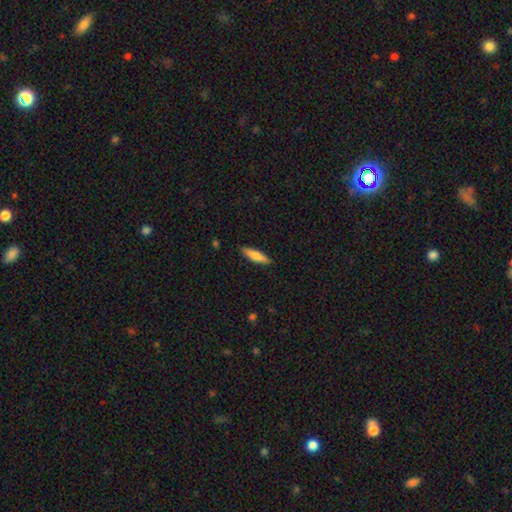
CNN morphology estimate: Overall: smooth (75%). How rounded: cigar-shaped (71%). Merging: none (88%).